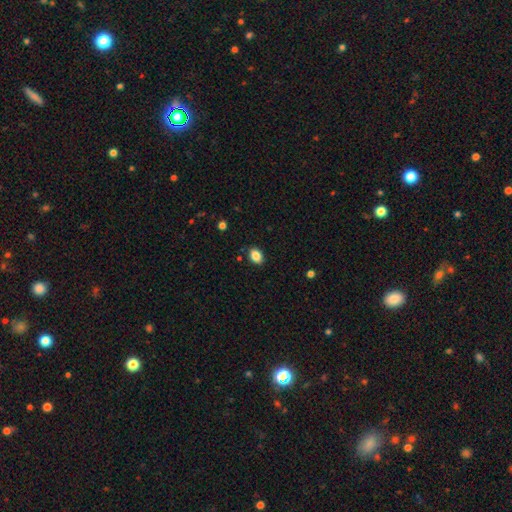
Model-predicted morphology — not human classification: smooth_or_featured: smooth (p=0.86) [alt: star or artifact p=0.09]
how_rounded: in between (p=0.78) [alt: round p=0.21]
merging: none (p=0.87) [alt: minor disturbance p=0.10]